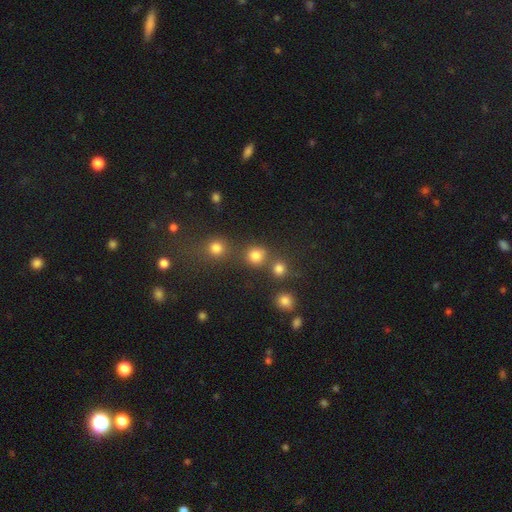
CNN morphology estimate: A smooth galaxy with no disk features (79%) that is round (88%). Merging: none (66%).